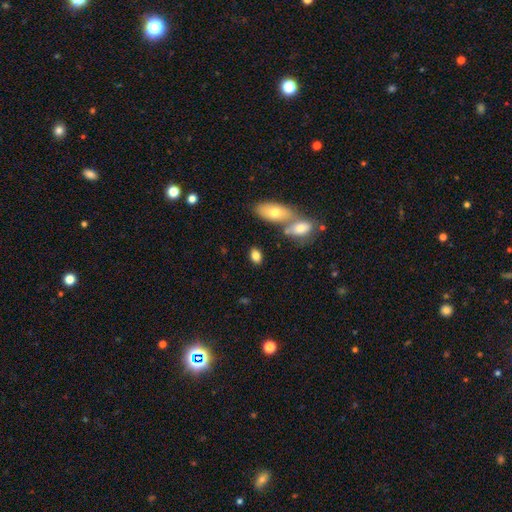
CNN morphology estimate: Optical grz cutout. It shows a smooth galaxy with no disk features (81%) that is in between round and cigar-shaped (86%). Merging: none (71%).